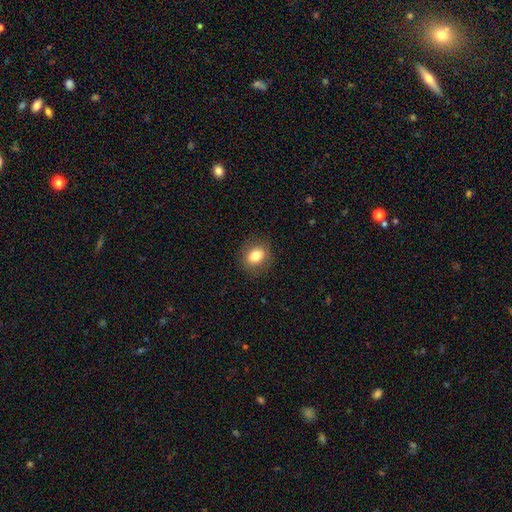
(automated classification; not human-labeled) smooth-or-featured: smooth: 79% | featured or disk: 11% | star or artifact: 10%
  how-rounded: round: 51% | in between: 47% | cigar-shaped: 1%
  merging: none: 86% | minor disturbance: 10% | major disturbance: 3% | merger: 1%